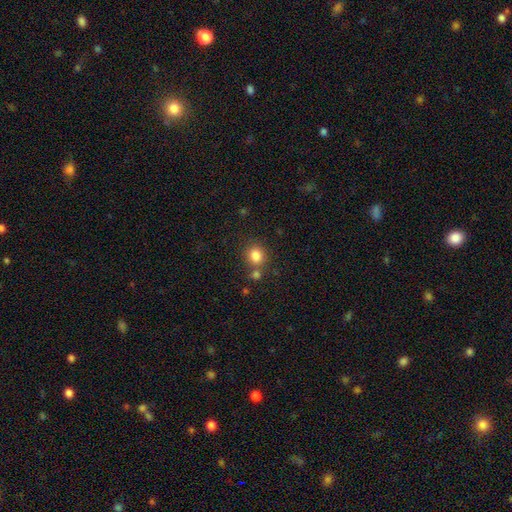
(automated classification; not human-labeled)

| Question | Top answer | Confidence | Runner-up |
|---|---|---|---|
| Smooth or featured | smooth | 83% | star or artifact (11%) |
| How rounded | round | 84% | in between (16%) |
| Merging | none | 70% | merger (17%) |